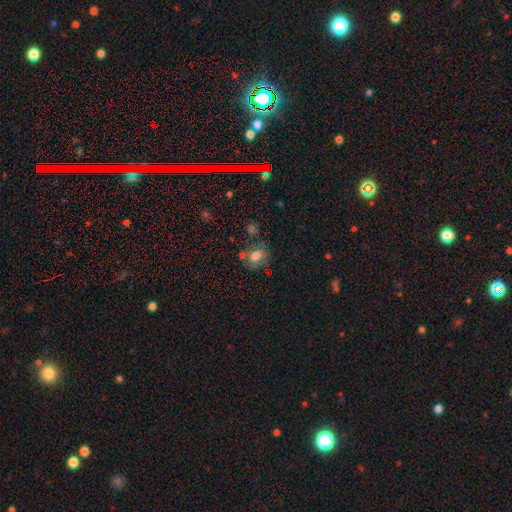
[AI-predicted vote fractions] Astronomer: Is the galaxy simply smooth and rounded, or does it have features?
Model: smooth — 65%.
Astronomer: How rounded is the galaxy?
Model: in between — 50% (runner-up: round, 49%).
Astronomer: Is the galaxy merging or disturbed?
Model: none — 58%.